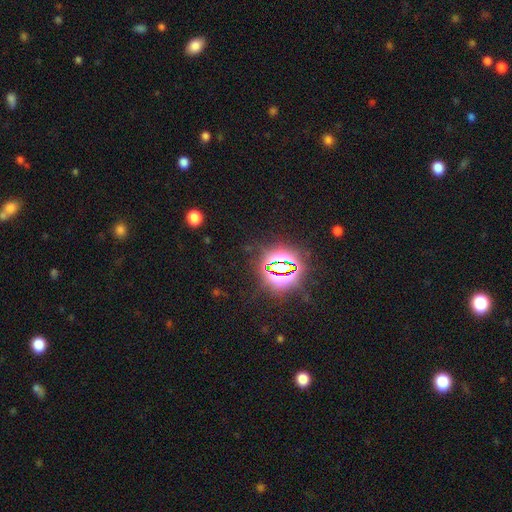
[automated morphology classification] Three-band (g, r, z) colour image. It shows a star or artifact, not a galaxy (84%).